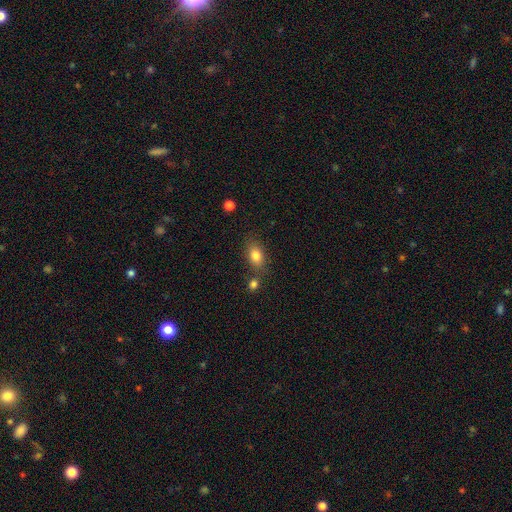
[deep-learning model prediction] Overall: smooth (82%). How rounded: in between (81%). Merging: none (71%).